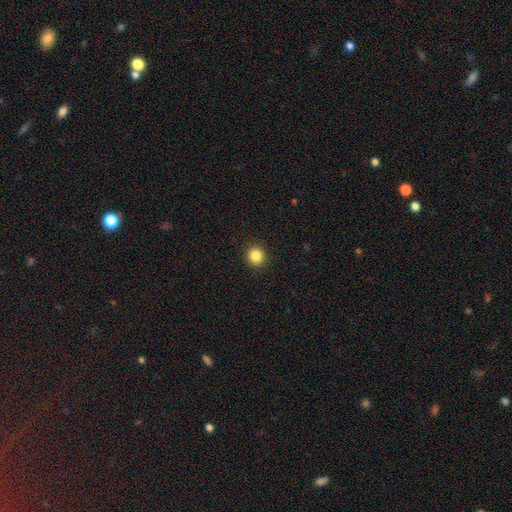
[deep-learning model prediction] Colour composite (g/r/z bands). It shows a smooth galaxy with no disk features (85%) that is round (91%). Merging: none (93%).